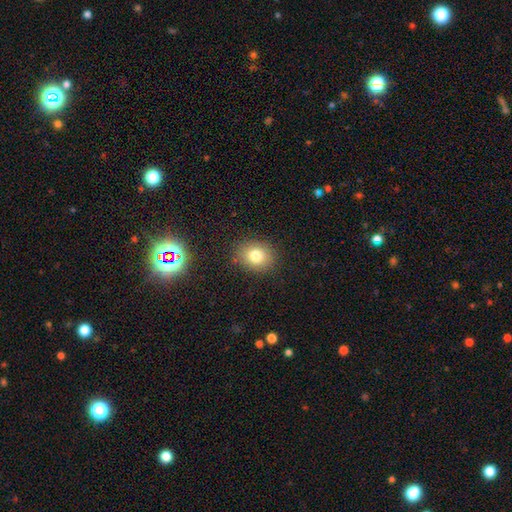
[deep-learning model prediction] This appears to be a smooth galaxy with no disk features (78%) that is round (60%). Merging: none (86%).